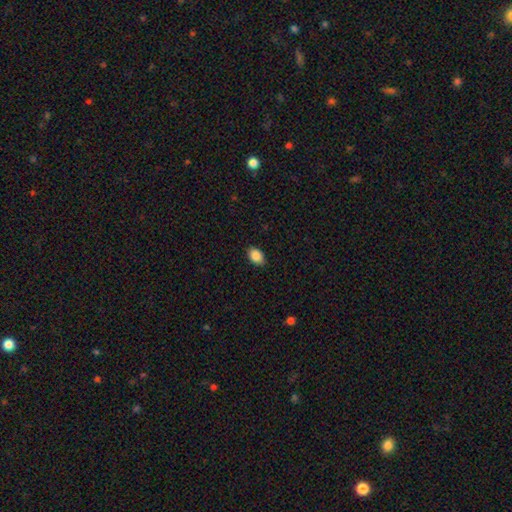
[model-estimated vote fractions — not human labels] Smooth or featured?
  - smooth: 88% *
  - star or artifact: 8%
  - featured or disk: 4%
How rounded?
  - in between: 83% *
  - round: 16%
  - cigar-shaped: 1%
Merging?
  - none: 85% *
  - minor disturbance: 12%
  - major disturbance: 2%
  - merger: 1%